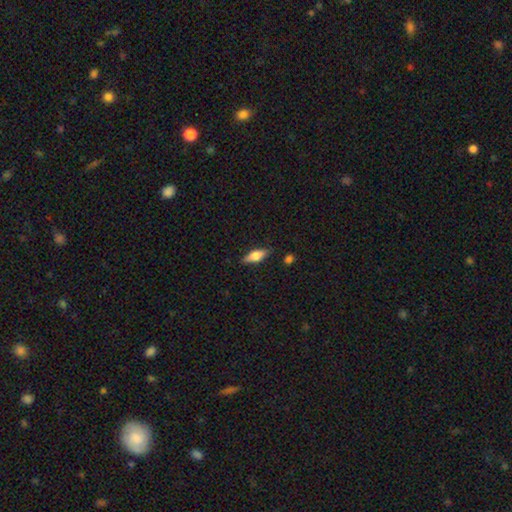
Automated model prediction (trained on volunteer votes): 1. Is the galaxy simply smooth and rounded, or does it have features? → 56% smooth, 37% featured or disk, 7% star or artifact.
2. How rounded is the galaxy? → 63% in between, 33% cigar-shaped, 3% round.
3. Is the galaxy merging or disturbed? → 85% none, 11% minor disturbance, 2% major disturbance, 2% merger.